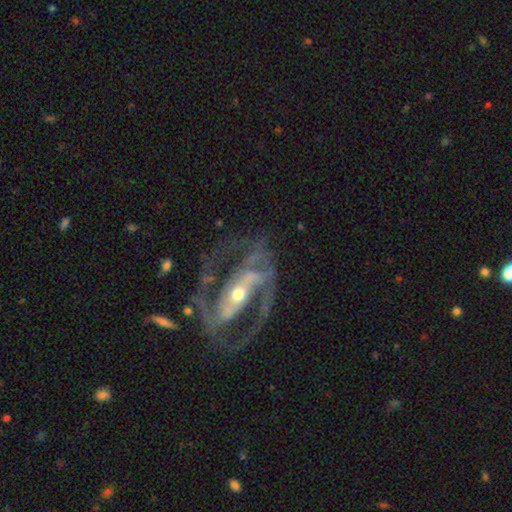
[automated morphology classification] type=featured or disk (90%); edge-on=no (95%); bar=strong (62%); spiral arms=yes (93%); winding=medium (55%); arm count=2 (88%); bulge=moderate (52%); merging=none (67%).